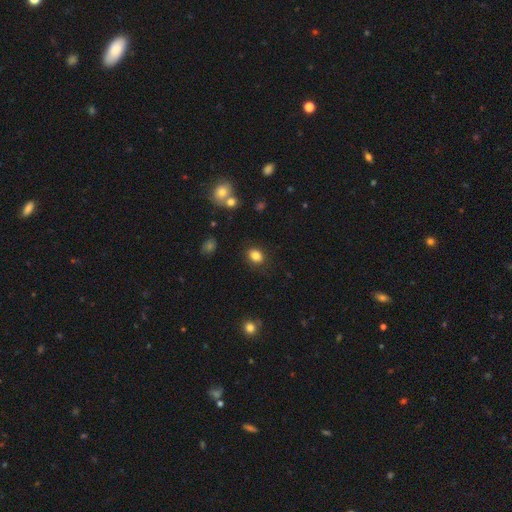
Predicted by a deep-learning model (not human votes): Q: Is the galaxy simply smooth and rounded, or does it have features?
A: smooth — 84%.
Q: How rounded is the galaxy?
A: in between — 56%.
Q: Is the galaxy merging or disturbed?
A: none — 86%.